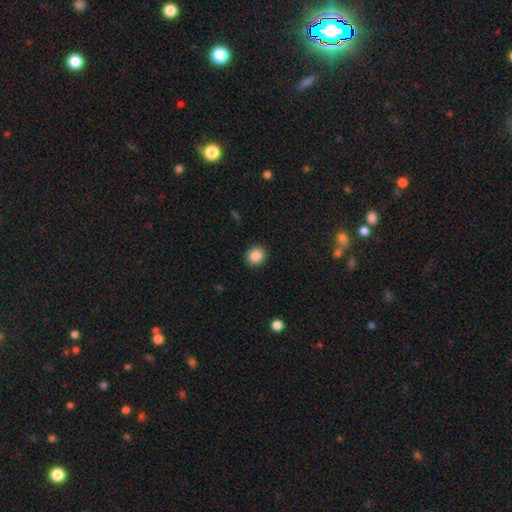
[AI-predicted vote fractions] Smooth or featured: smooth — 87% (star or artifact — 9%)
How rounded: round — 78% (in between — 21%)
Merging: none — 91% (minor disturbance — 6%)